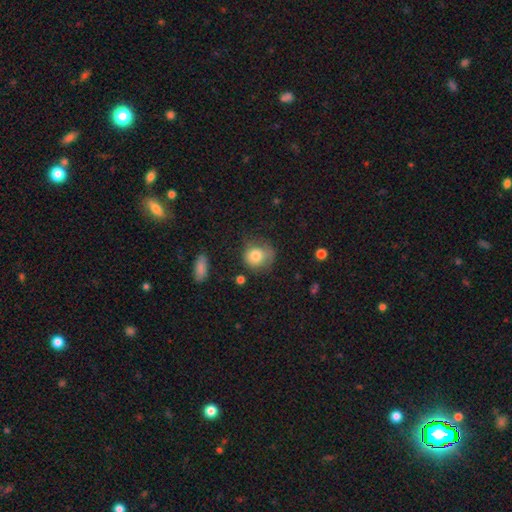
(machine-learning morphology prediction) type=smooth (79%); roundness=round (75%); merging=none (49%).